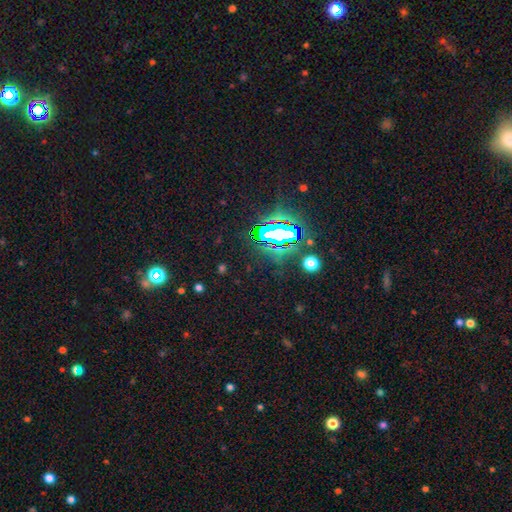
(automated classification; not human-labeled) This is likely a star or artifact rather than a galaxy (75%).